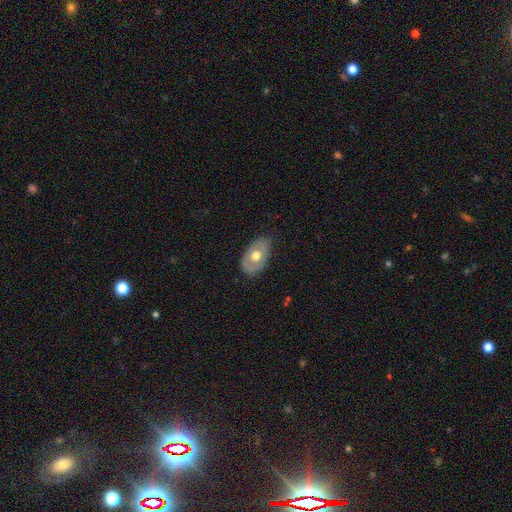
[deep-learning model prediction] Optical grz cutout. It shows a smooth galaxy with no disk features (50%) that is in between round and cigar-shaped (86%). Merging: none (74%).